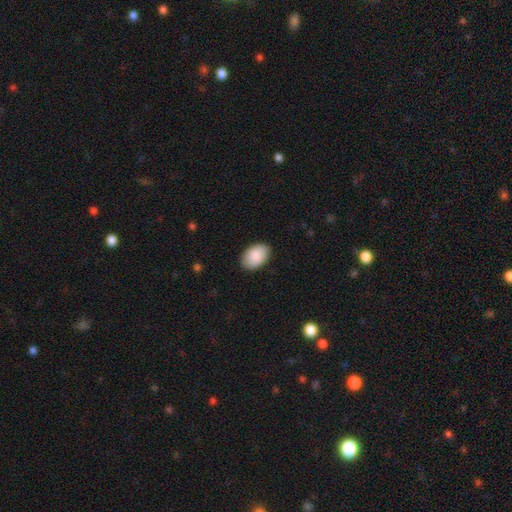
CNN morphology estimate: Smooth or featured? smooth (89%)
How rounded? in between (91%)
Merging? none (87%)